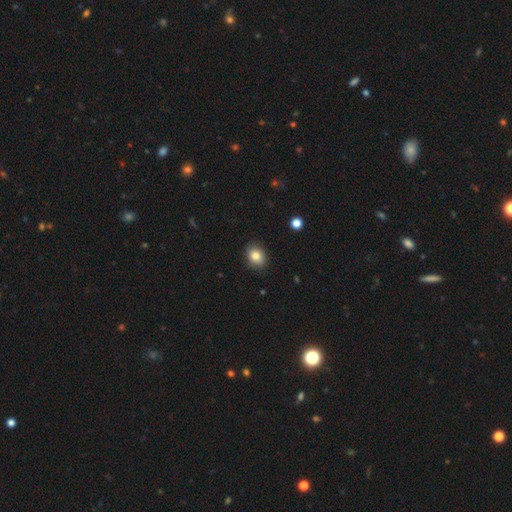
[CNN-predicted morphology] This is clearly a smooth galaxy (84%). How rounded: possibly in between (55%). Merging: clearly none (87%).